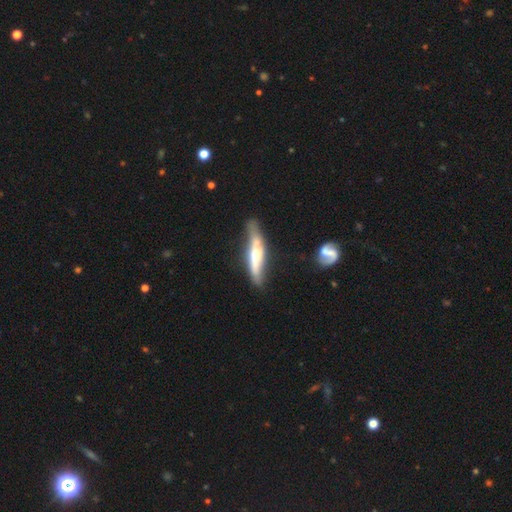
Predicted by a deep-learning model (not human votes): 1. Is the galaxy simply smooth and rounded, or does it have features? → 51% featured or disk, 43% smooth, 6% star or artifact.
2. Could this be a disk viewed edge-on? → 77% yes, 23% no.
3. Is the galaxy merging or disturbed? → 52% none, 30% minor disturbance, 11% major disturbance, 7% merger.